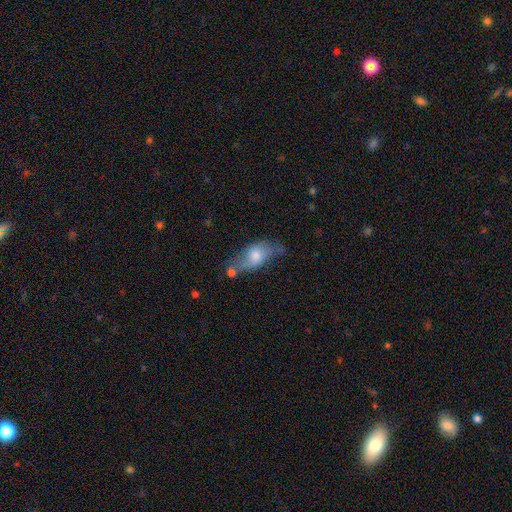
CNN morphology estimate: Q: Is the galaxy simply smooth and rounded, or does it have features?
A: featured or disk — 46%, tied with smooth.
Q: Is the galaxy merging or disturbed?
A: none — 47%.